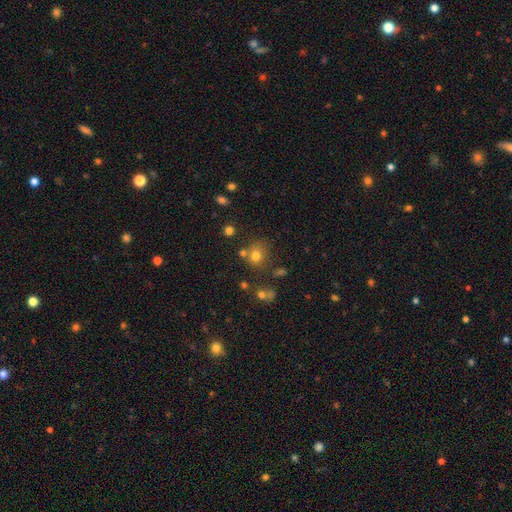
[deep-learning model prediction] Overall: smooth (73%). How rounded: round (77%). Merging: none (64%).